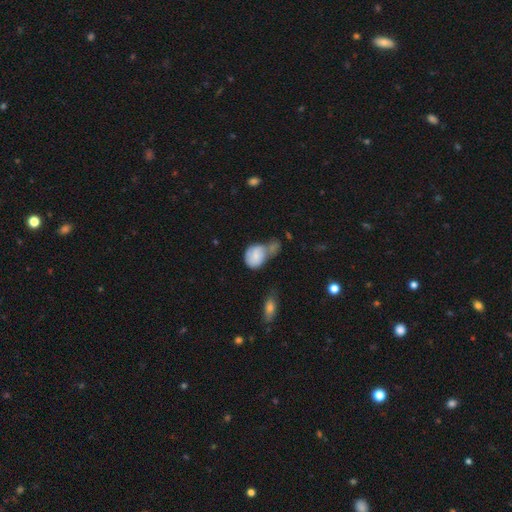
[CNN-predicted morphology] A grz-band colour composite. It shows a smooth galaxy with no disk features (73%) that is in between round and cigar-shaped (58%). Merging: merger (45%).